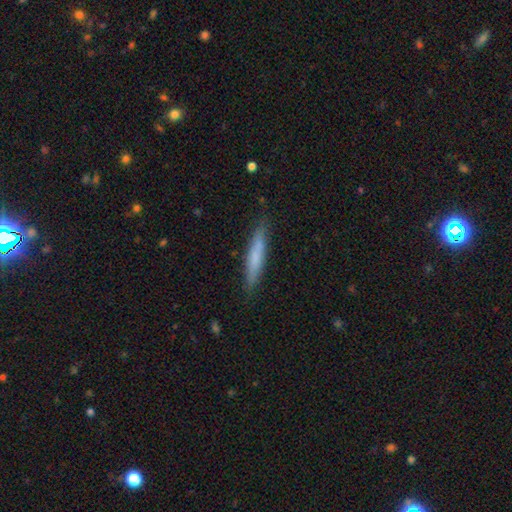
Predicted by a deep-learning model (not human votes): Smooth or featured? Predicted: smooth (p=0.68). How rounded? Predicted: cigar-shaped (p=0.93). Merging? Predicted: none (p=0.87).